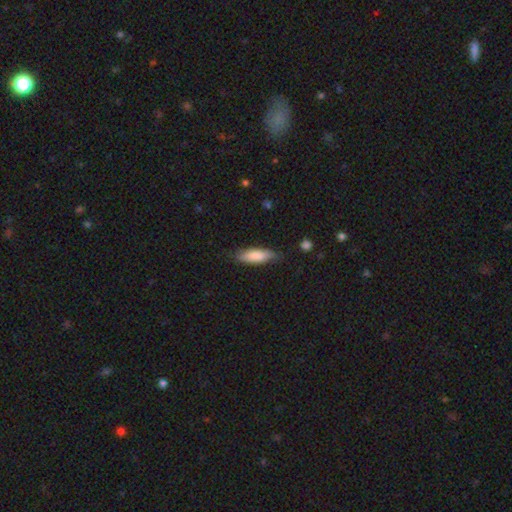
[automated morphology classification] type=smooth (82%); roundness=in between (50%); merging=none (77%).